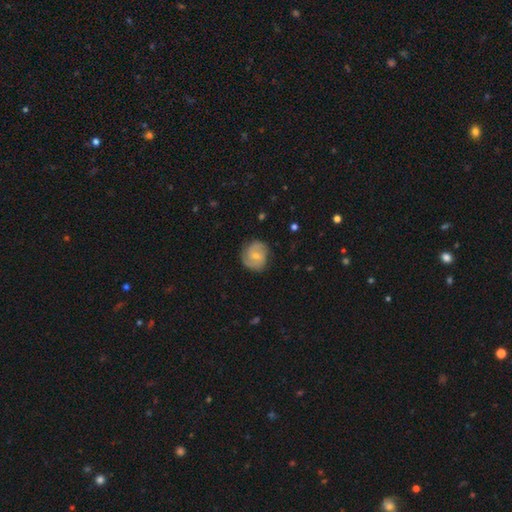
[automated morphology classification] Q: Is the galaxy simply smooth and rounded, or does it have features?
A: featured or disk — 61%.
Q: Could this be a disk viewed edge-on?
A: no — 97%.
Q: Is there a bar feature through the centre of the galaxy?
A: no — 59%.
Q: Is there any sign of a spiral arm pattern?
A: yes — 88%.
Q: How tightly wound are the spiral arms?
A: tight — 47%.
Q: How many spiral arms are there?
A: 2 — 64%.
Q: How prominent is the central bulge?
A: small — 52%.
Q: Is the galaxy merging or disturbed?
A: none — 78%.